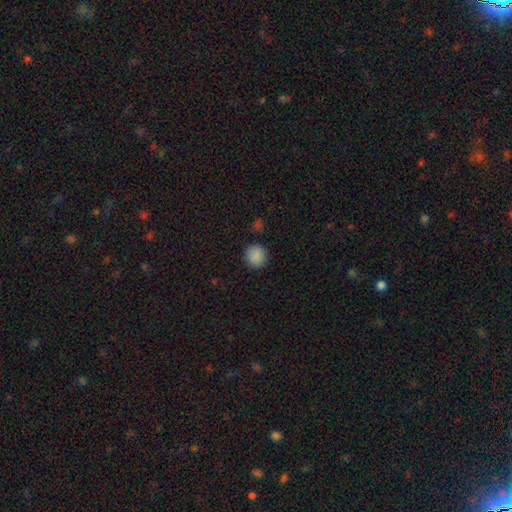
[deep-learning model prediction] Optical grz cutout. It shows a smooth galaxy with no disk features (87%) that is round (88%). Merging: none (87%).